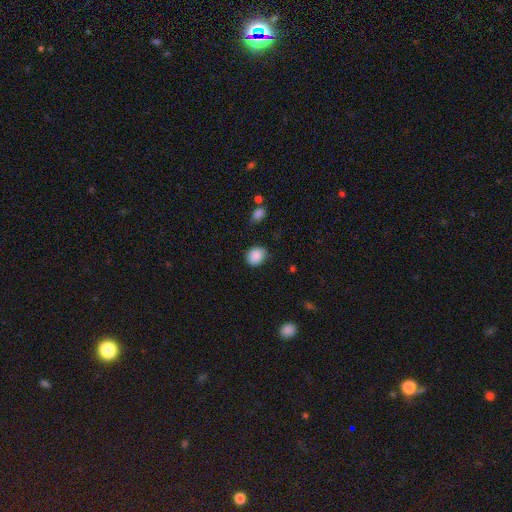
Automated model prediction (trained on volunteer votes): Overall: smooth (88%). How rounded: round (68%; in between 31%). Merging: none (78%).